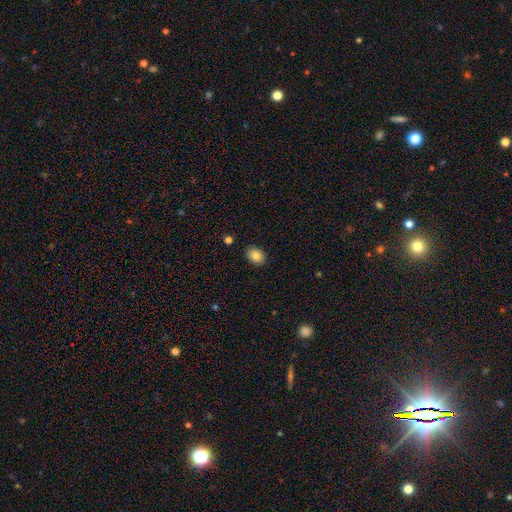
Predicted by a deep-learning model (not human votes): Overall: smooth (84%). How rounded: in between (65%; round 34%). Merging: none (89%).